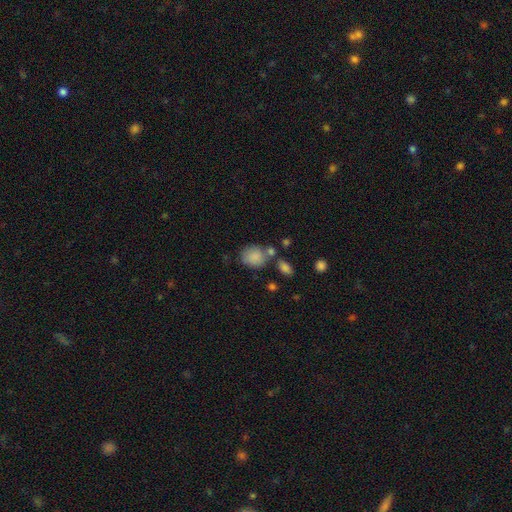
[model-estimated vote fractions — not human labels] Smooth or featured? smooth (84%)
How rounded? round (57%)
Merging? none (55%)